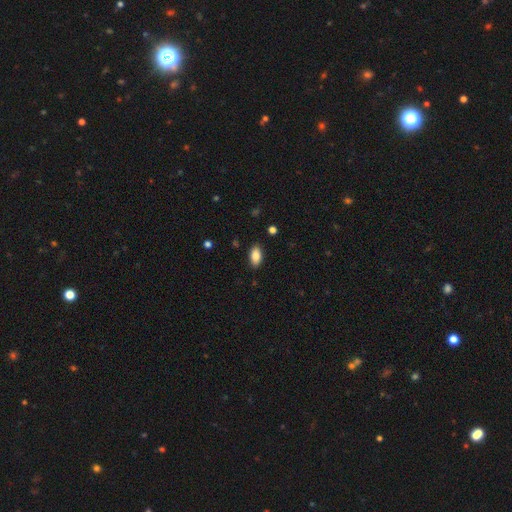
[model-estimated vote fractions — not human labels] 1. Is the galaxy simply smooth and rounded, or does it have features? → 85% smooth, 7% star or artifact, 7% featured or disk.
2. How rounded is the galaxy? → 92% in between, 4% cigar-shaped, 3% round.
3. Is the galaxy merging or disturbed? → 87% none, 9% minor disturbance, 2% major disturbance, 1% merger.